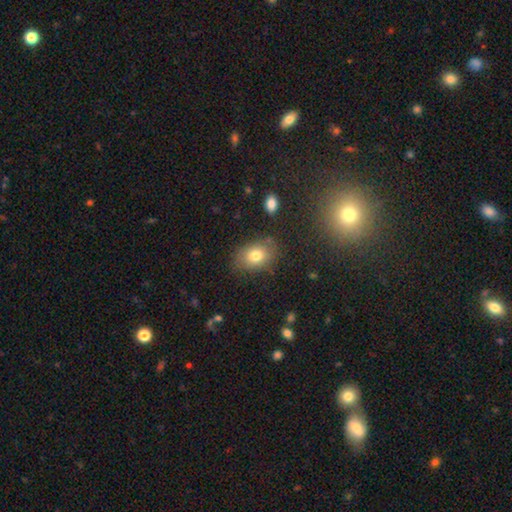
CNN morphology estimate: Smooth or featured? smooth (77%)
How rounded? in between (69%)
Merging? none (78%)